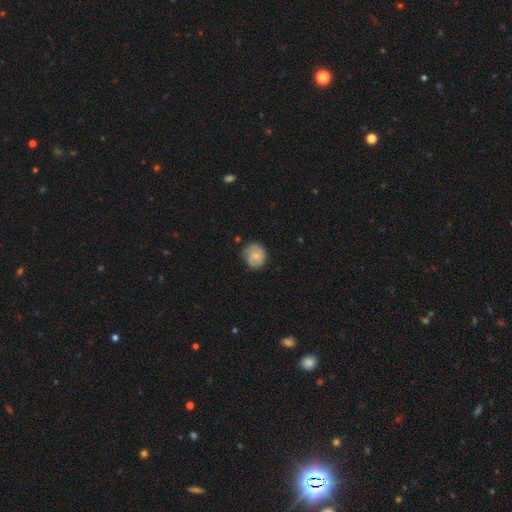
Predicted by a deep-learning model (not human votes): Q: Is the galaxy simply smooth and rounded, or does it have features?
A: smooth — 56%.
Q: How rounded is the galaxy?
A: round — 77%.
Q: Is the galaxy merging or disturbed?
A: none — 59%.